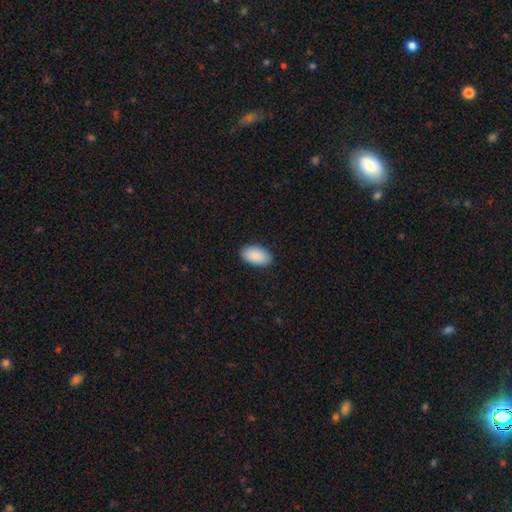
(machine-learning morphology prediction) A smooth galaxy with no disk features (90%) that is in between round and cigar-shaped (95%).

Vote fractions:
- Smooth or featured? smooth: 90% / star or artifact: 6% / featured or disk: 4%
- How rounded? in between: 95% / round: 3% / cigar-shaped: 2%
- Merging? none: 89% / minor disturbance: 9% / major disturbance: 2% / merger: 1%